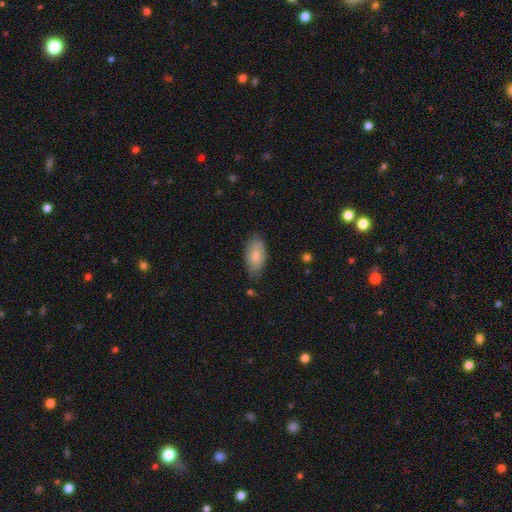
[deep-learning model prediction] This is clearly a smooth galaxy (83%). How rounded: clearly in between (92%). Merging: likely none (71%).